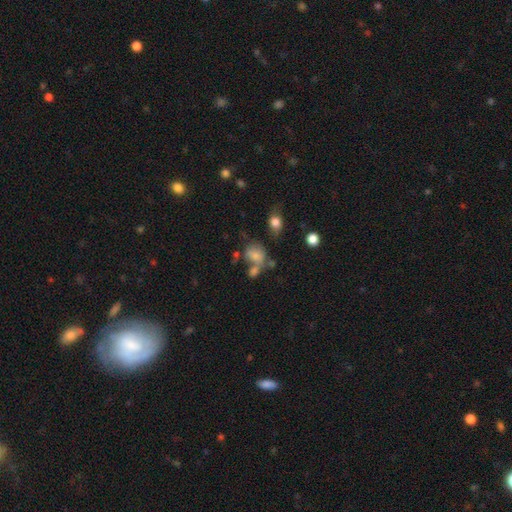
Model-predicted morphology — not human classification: This is likely a smooth galaxy (72%). How rounded: possibly in between (52%). Merging: marginally none (37%).